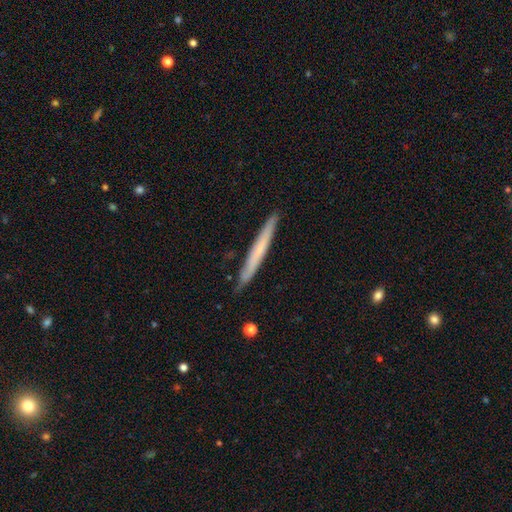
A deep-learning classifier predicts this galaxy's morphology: Smooth or featured?
  - smooth: 52% *
  - featured or disk: 41%
  - star or artifact: 6%
How rounded?
  - cigar-shaped: 97% *
  - in between: 2%
  - round: 1%
Merging?
  - none: 91% *
  - minor disturbance: 7%
  - major disturbance: 1%
  - merger: 1%